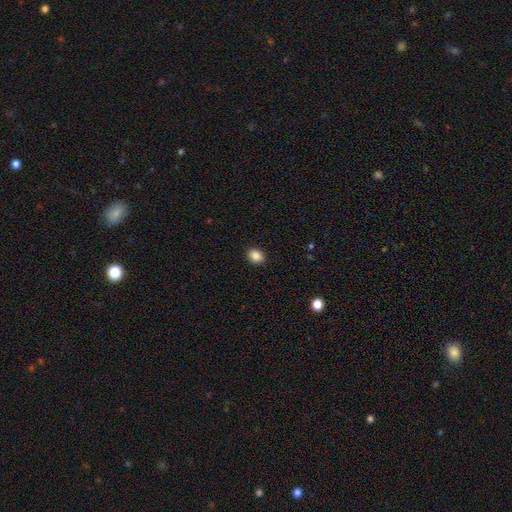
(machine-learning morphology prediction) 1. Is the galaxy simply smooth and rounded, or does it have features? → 87% smooth, 9% star or artifact, 3% featured or disk.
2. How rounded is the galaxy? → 56% in between, 43% round, 1% cigar-shaped.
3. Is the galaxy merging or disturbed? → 91% none, 6% minor disturbance, 2% major disturbance, 1% merger.